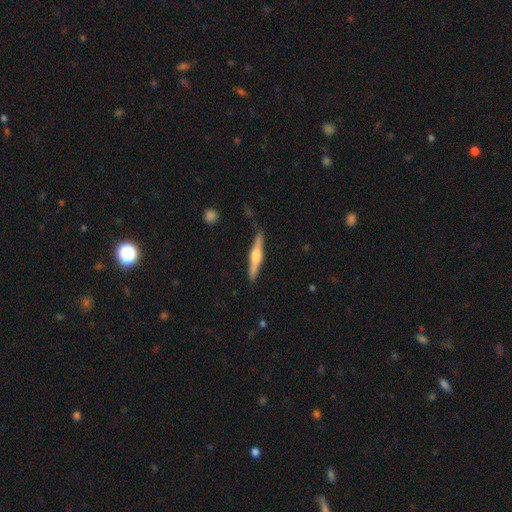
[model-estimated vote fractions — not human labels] The model was most divided on "smooth or featured": featured or disk: 66%, smooth: 29%, star or artifact: 5%. More confident: edge-on disk — yes (98%); merging — none (87%); edge-on bulge — rounded (86%).